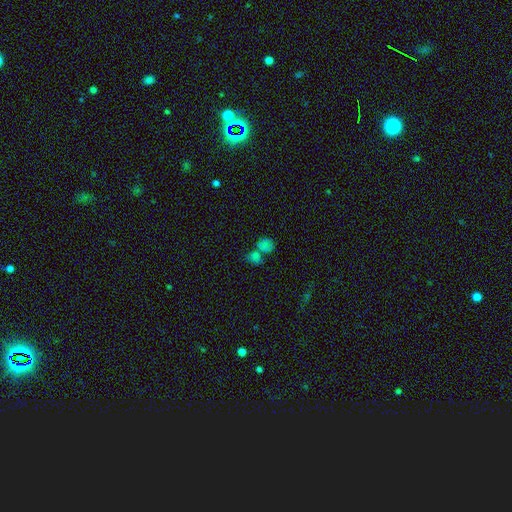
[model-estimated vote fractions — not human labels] Smooth or featured? smooth (61%)
How rounded? round (60%)
Merging? none (43%)